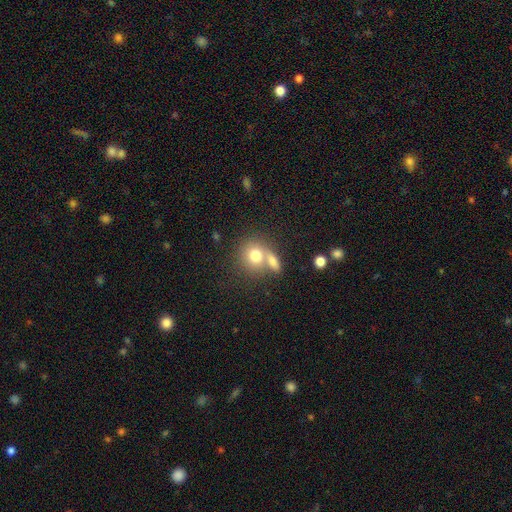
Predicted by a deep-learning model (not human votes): A smooth galaxy with no disk features (74%) that is round (78%).

Vote fractions:
- Smooth or featured? smooth: 74% / featured or disk: 16% / star or artifact: 10%
- How rounded? round: 78% / in between: 21% / cigar-shaped: 1%
- Merging? merger: 47% / none: 40% / minor disturbance: 9% / major disturbance: 4%